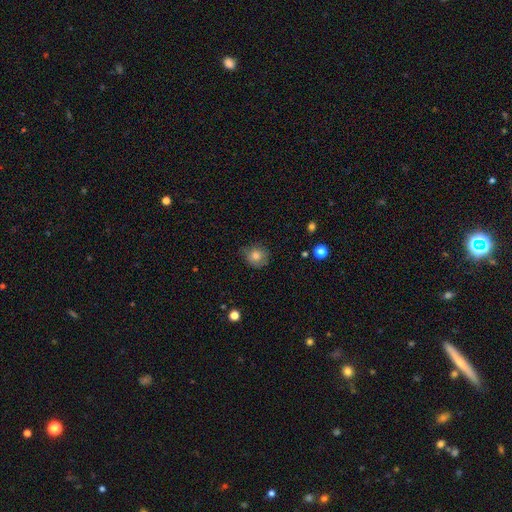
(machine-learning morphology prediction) Overall: smooth (79%). How rounded: round (86%). Merging: none (73%).